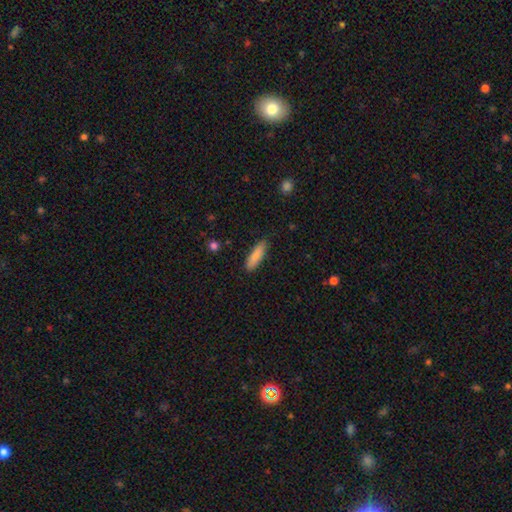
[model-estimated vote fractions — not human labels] Smooth or featured: smooth — 86% (featured or disk — 8%)
How rounded: cigar-shaped — 63% (in between — 36%)
Merging: none — 87% (minor disturbance — 10%)